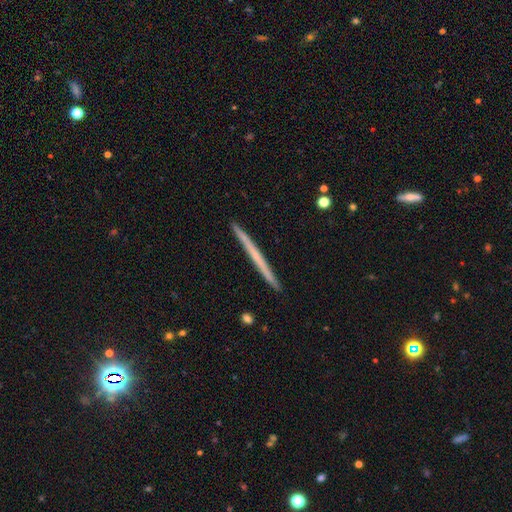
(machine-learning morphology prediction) A featured or disk galaxy (50%) viewed edge-on (98%). Merging: none (93%).